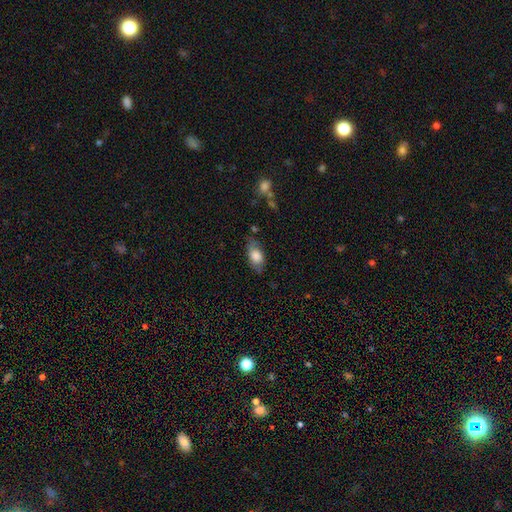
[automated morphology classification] Smooth or featured? Predicted: smooth (p=0.73). How rounded? Predicted: in between (p=0.87). Merging? Predicted: none (p=0.67).